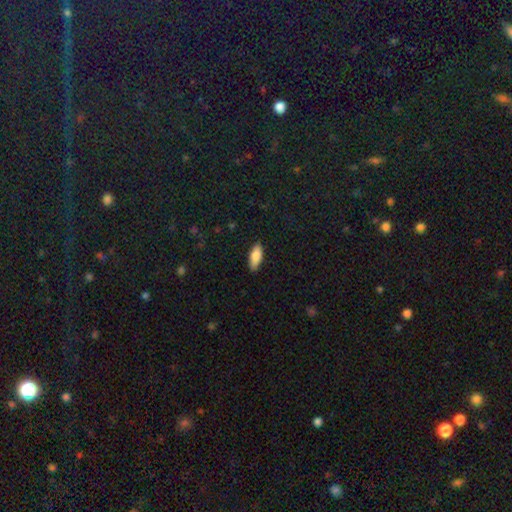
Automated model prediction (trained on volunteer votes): smooth-or-featured: smooth: 85% | featured or disk: 9% | star or artifact: 6%
  how-rounded: in between: 77% | cigar-shaped: 21% | round: 2%
  merging: none: 86% | minor disturbance: 11% | major disturbance: 2% | merger: 1%